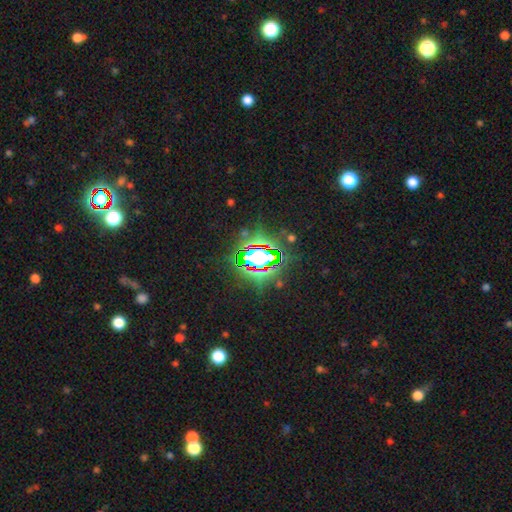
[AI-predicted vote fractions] Smooth or featured: star or artifact — 79% (smooth — 12%)